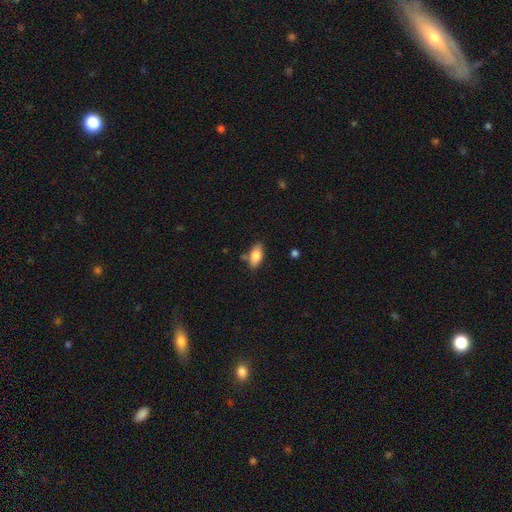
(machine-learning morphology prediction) This is clearly a smooth galaxy (82%). How rounded: clearly in between (88%). Merging: likely none (76%).